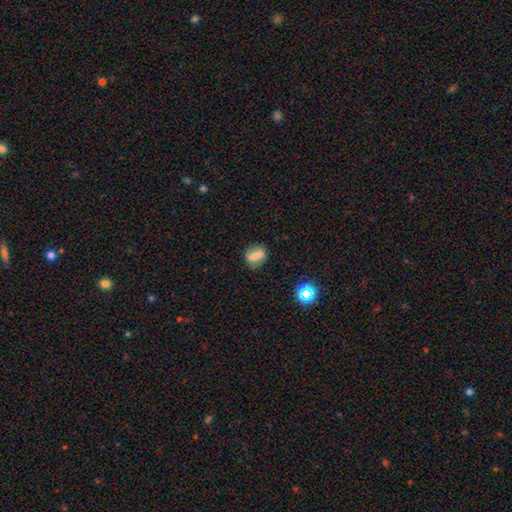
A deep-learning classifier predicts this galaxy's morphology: Q: Smooth or featured?
A: smooth (59%); runner-up: featured or disk (29%)
Q: How rounded?
A: in between (46%); runner-up: round (44%)
Q: Merging?
A: none (81%); runner-up: minor disturbance (13%)